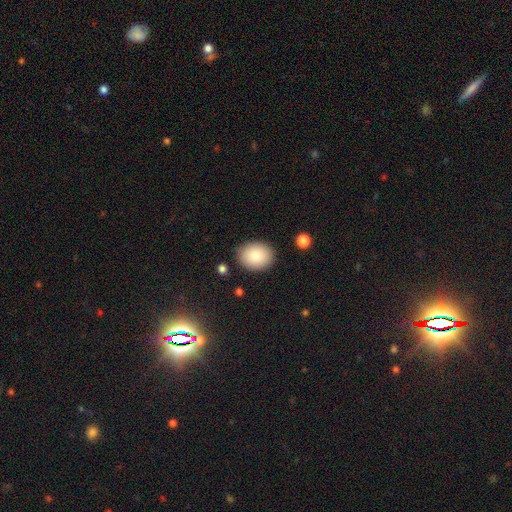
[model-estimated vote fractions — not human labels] A smooth galaxy with no disk features (86%) that is in between round and cigar-shaped (58%). Merging: none (86%).